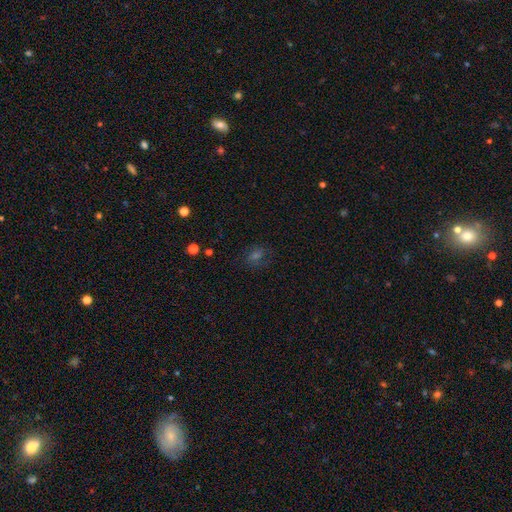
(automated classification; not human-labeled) smooth-or-featured: smooth: 43% | star or artifact: 32% | featured or disk: 25%
  merging: none: 74% | minor disturbance: 15% | major disturbance: 9% | merger: 2%